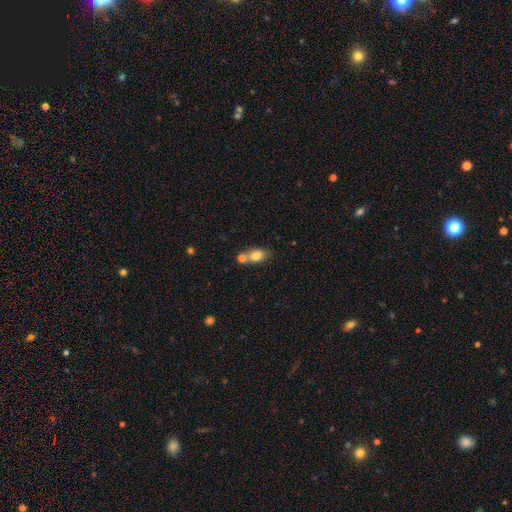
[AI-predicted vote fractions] Overall: smooth (78%). How rounded: in between (79%). Merging: merger (43%; none 42%).